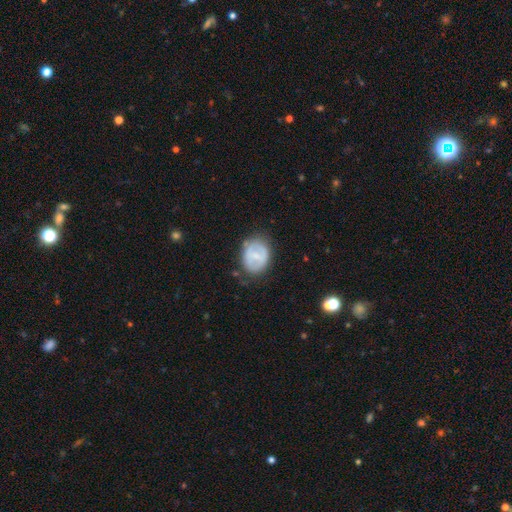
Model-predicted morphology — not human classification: The model was most divided on "smooth or featured": smooth: 47%, featured or disk: 46%, star or artifact: 7%. More confident: merging — none (69%).